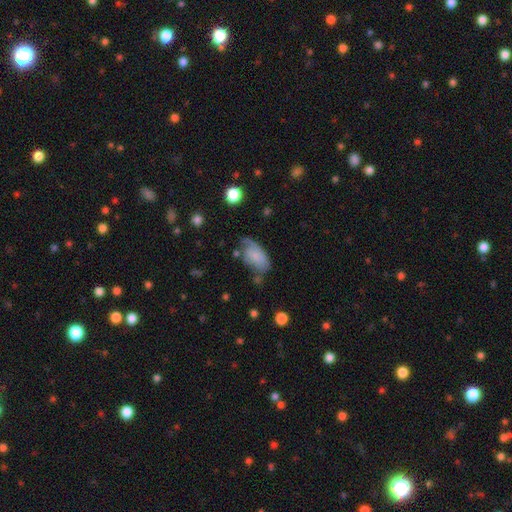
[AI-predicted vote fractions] This appears to be a smooth galaxy with no disk features (65%) that is in between round and cigar-shaped (92%). Merging: none (38%).